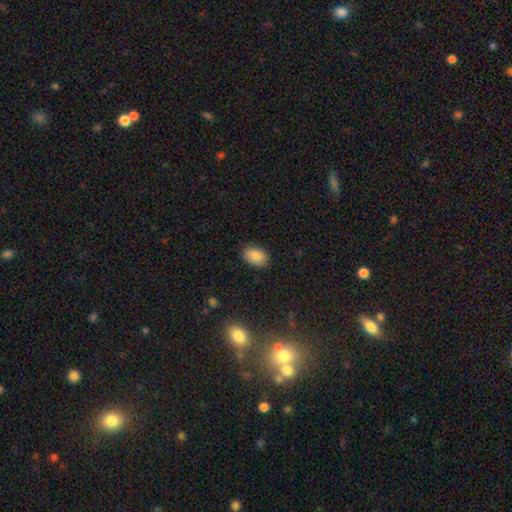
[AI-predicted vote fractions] This is clearly a smooth galaxy (84%). How rounded: clearly in between (87%). Merging: clearly none (85%).